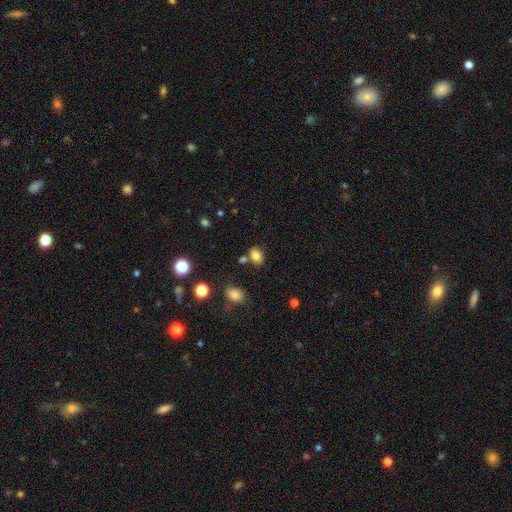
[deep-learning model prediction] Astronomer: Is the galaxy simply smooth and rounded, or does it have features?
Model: smooth — 81%.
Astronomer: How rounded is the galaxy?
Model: in between — 70%.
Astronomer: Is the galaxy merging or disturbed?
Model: none — 71%.